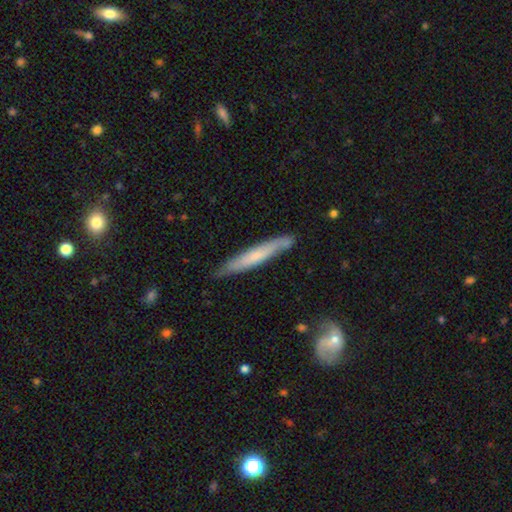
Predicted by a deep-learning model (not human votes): Smooth or featured?
  - smooth: 52% *
  - featured or disk: 43%
  - star or artifact: 5%
How rounded?
  - cigar-shaped: 94% *
  - in between: 5%
  - round: 1%
Merging?
  - none: 78% *
  - minor disturbance: 17%
  - merger: 3%
  - major disturbance: 3%